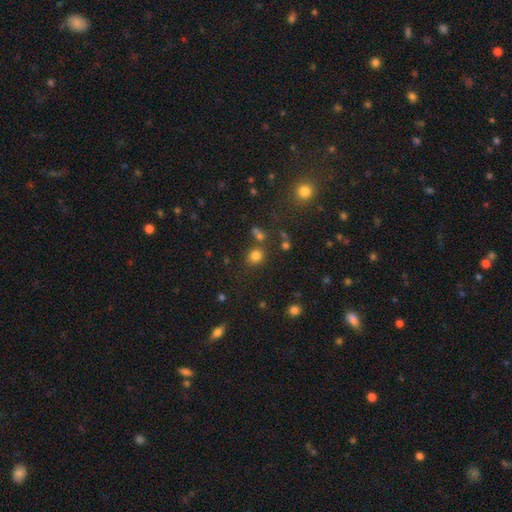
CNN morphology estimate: This appears to be a smooth galaxy with no disk features (78%) that is round (65%). Merging: none (73%).